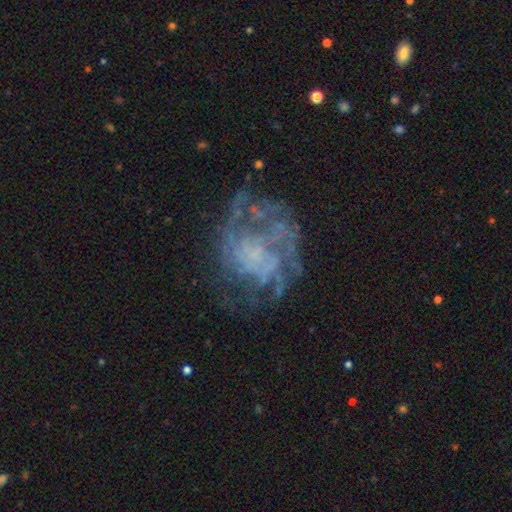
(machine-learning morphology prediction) The model was most divided on "spiral arms": yes: 66%, no: 34%. More confident: edge-on disk — no (98%); bar — no (84%); smooth or featured — featured or disk (75%); bulge size — none (61%); merging — none (55%).